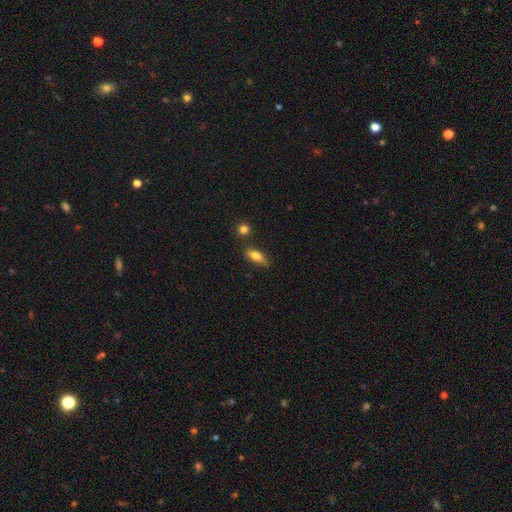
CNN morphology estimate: Overall: smooth (78%). How rounded: in between (73%). Merging: none (72%).